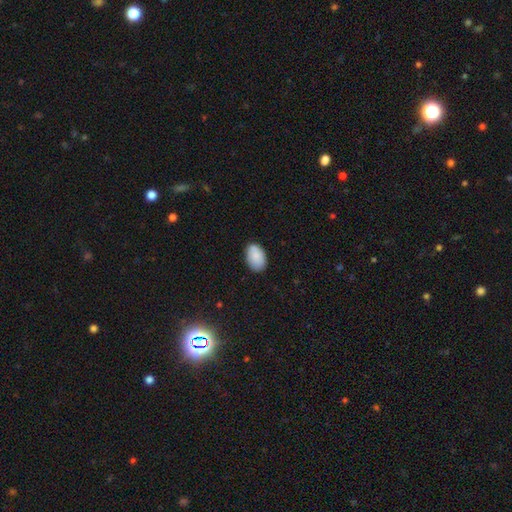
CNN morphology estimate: smooth-or-featured: smooth: 85% | featured or disk: 9% | star or artifact: 7%
  how-rounded: in between: 89% | round: 10% | cigar-shaped: 1%
  merging: none: 80% | minor disturbance: 16% | major disturbance: 3% | merger: 1%